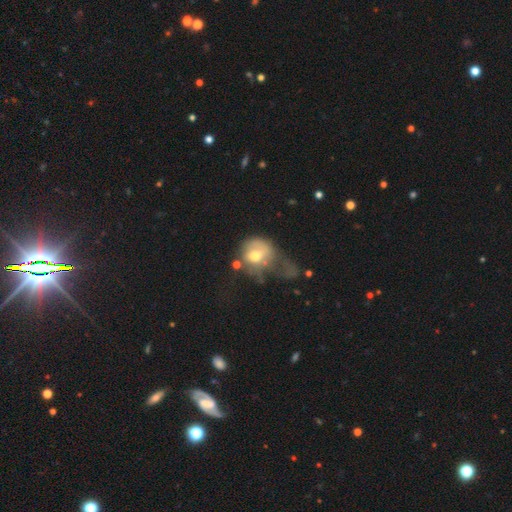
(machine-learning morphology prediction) smooth 58%, featured or disk 33%, star or artifact 10%. Down the decision tree: how rounded — round (69%); merging — major disturbance (54%).